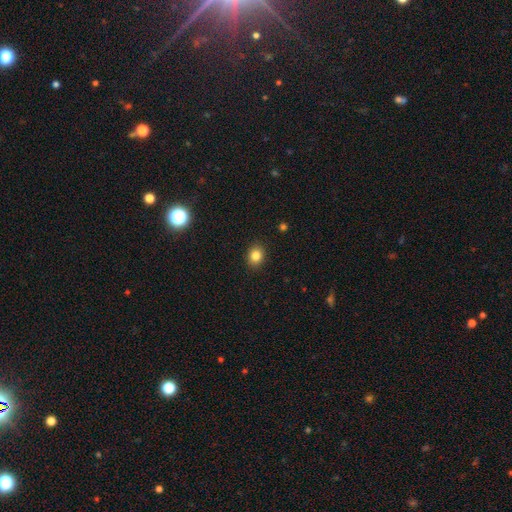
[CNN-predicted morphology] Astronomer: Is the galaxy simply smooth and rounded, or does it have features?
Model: smooth — 83%.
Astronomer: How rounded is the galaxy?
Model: round — 57% (runner-up: in between, 42%).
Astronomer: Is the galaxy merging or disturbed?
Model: none — 90%.